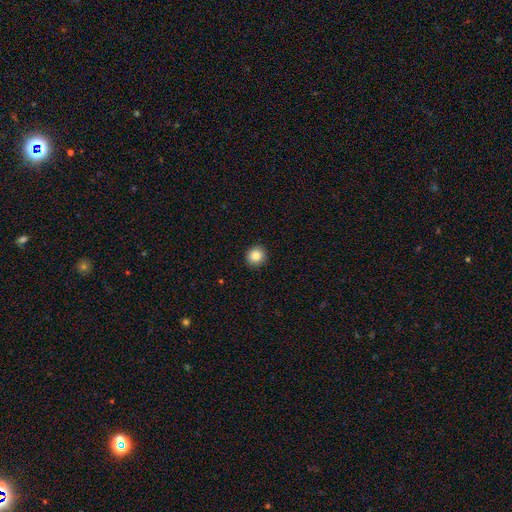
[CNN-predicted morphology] Q: Smooth or featured?
A: smooth (86%); runner-up: star or artifact (10%)
Q: How rounded?
A: round (92%); runner-up: in between (7%)
Q: Merging?
A: none (92%); runner-up: minor disturbance (6%)